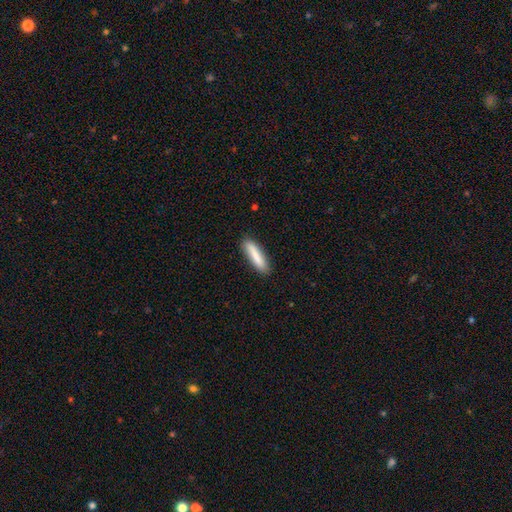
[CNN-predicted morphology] A smooth galaxy with no disk features (84%) that is cigar-shaped (79%). Merging: none (87%).